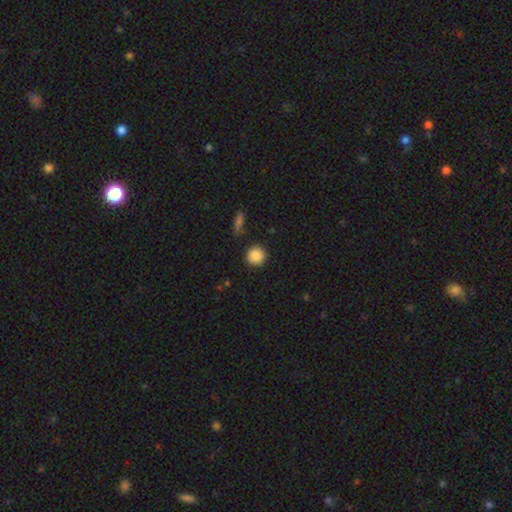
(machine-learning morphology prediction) This appears to be a smooth galaxy with no disk features (88%) that is round (93%). Merging: none (89%).